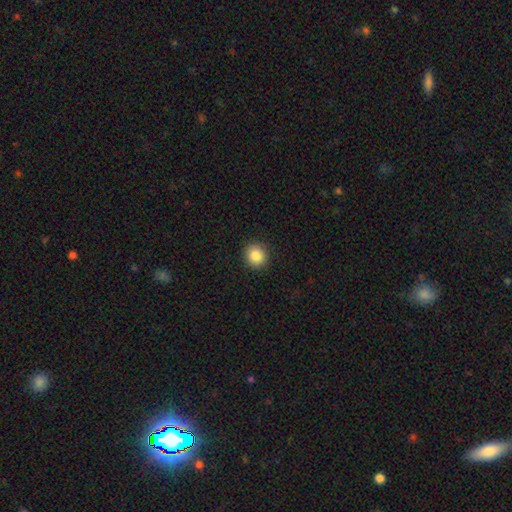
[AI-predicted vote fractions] Smooth or featured: smooth — 86% (star or artifact — 9%)
How rounded: round — 85% (in between — 14%)
Merging: none — 91% (minor disturbance — 6%)